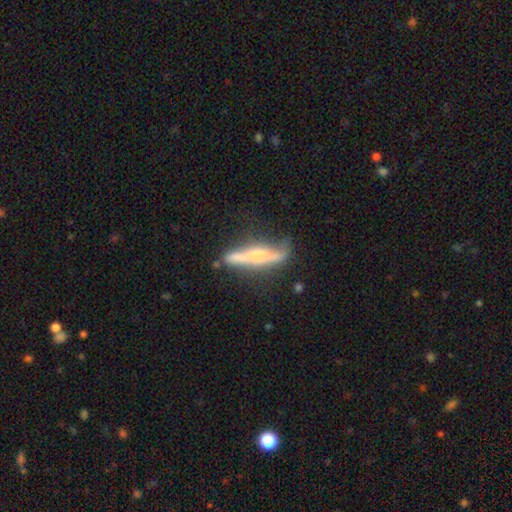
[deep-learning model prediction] featured or disk 64%, smooth 30%, star or artifact 6%. Down the decision tree: edge-on disk — yes (85%); edge-on bulge — rounded (69%); merging — none (60%).